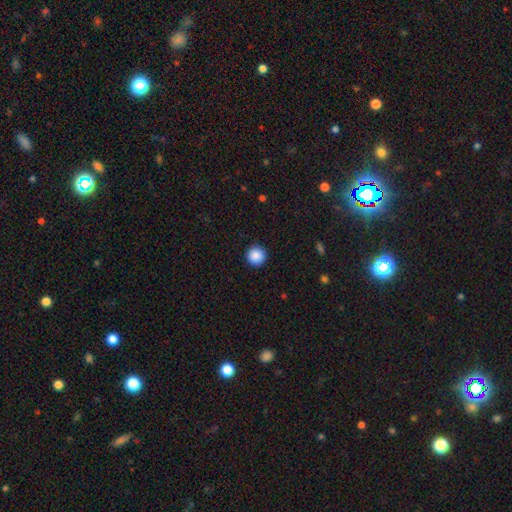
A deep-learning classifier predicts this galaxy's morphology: Smooth or featured? Predicted: smooth (p=0.88). How rounded? Predicted: round (p=0.96). Merging? Predicted: none (p=0.92).